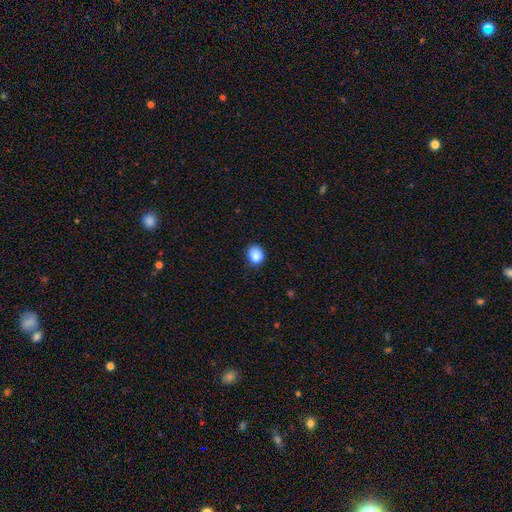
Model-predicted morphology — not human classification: Smooth or featured? Predicted: smooth (p=0.87). How rounded? Predicted: round (p=0.69). Merging? Predicted: none (p=0.82).